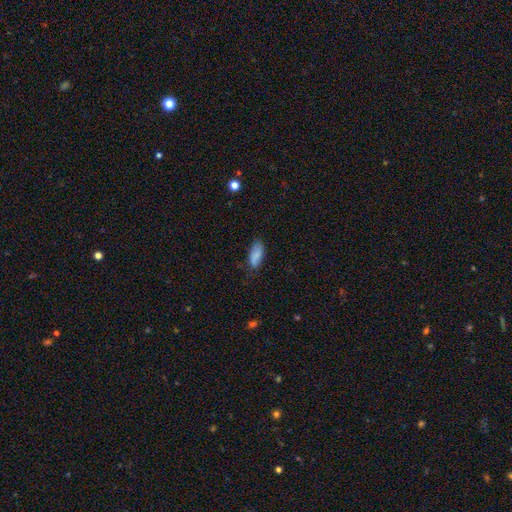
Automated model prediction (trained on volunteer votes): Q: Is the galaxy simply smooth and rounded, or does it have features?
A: smooth — 83%.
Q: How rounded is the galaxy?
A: in between — 86%.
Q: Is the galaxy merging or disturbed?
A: none — 69%.